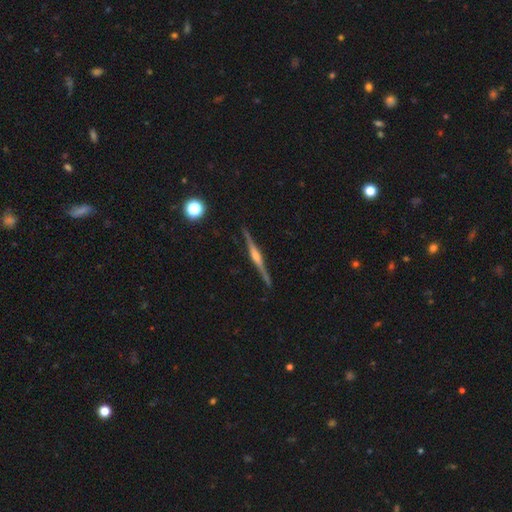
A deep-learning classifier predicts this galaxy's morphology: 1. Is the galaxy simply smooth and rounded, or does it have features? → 81% featured or disk, 13% smooth, 6% star or artifact.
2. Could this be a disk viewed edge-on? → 98% yes, 2% no.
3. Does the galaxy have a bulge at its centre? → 78% rounded, 13% boxy, 8% none.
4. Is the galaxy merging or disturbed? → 89% none, 8% minor disturbance, 2% major disturbance, 1% merger.